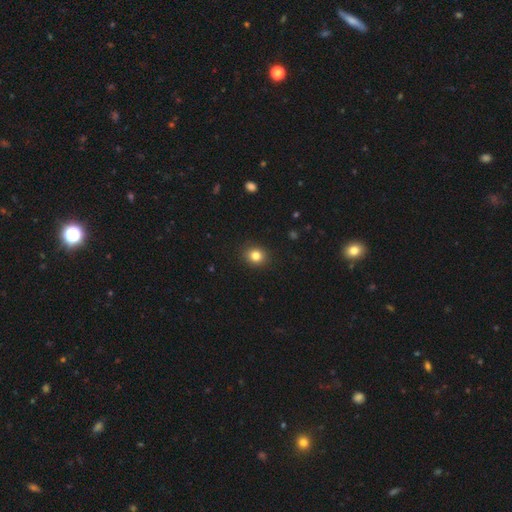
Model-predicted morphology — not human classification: The model was most divided on "how rounded": round: 74%, in between: 26%, cigar-shaped: 1%. More confident: merging — none (90%); smooth or featured — smooth (83%).